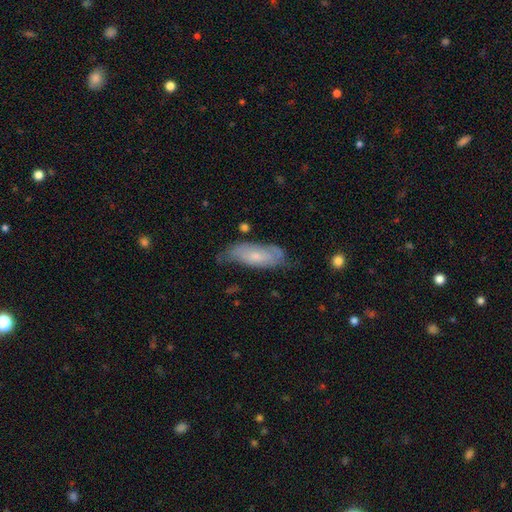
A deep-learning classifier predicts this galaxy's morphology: This is possibly a smooth galaxy (48%). Merging: possibly none (60%).